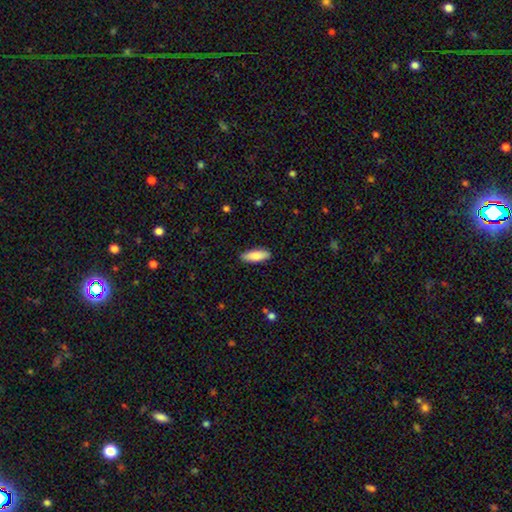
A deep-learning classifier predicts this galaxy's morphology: This appears to be a smooth galaxy with no disk features (83%) that is in between round and cigar-shaped (63%). Merging: none (90%).